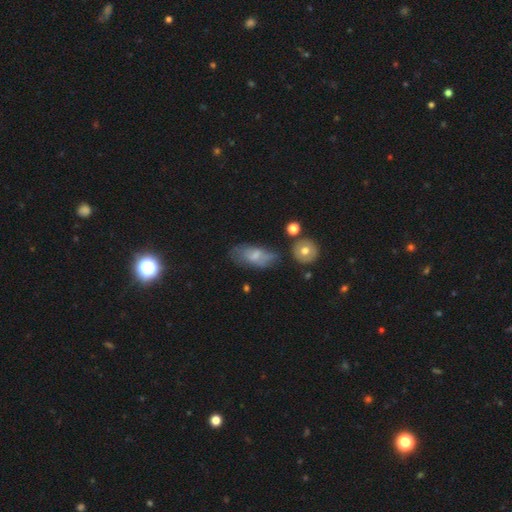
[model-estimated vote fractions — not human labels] Morphology: type=smooth (58%); roundness=in between (85%); merging=none (50%).